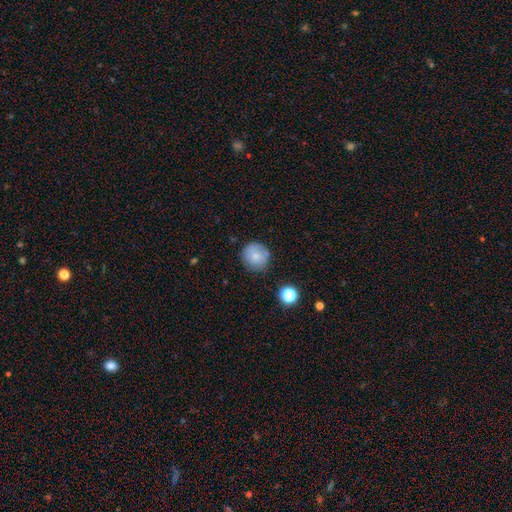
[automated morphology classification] A smooth galaxy with no disk features (78%) that is round (91%).

Vote fractions:
- Smooth or featured? smooth: 78% / featured or disk: 12% / star or artifact: 10%
- How rounded? round: 91% / in between: 8% / cigar-shaped: 1%
- Merging? none: 78% / minor disturbance: 15% / major disturbance: 4% / merger: 3%